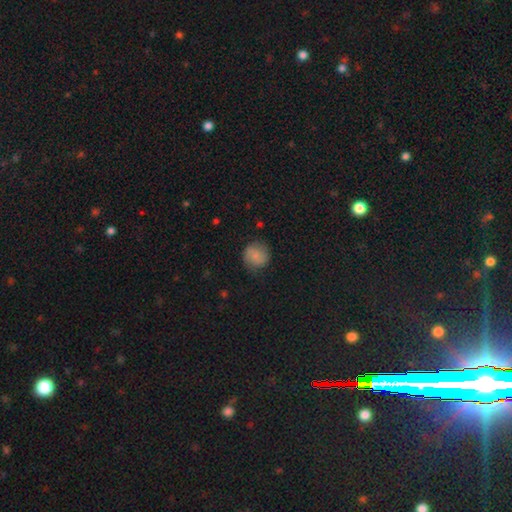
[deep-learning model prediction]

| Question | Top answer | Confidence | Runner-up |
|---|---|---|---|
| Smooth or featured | smooth | 72% | featured or disk (20%) |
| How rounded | round | 89% | in between (10%) |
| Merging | none | 77% | minor disturbance (17%) |